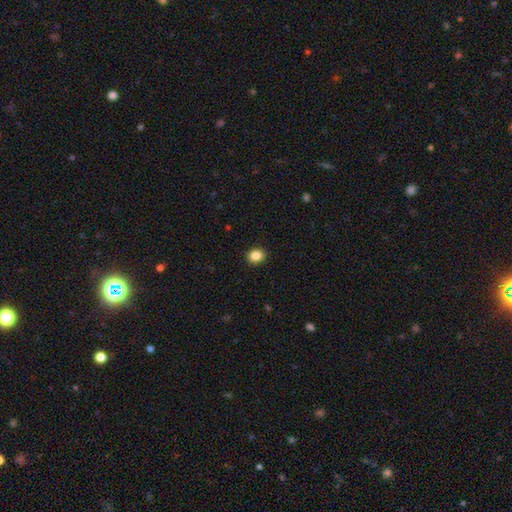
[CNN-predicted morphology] Smooth or featured: smooth — 86% (star or artifact — 10%)
How rounded: round — 64% (in between — 36%)
Merging: none — 92% (minor disturbance — 6%)